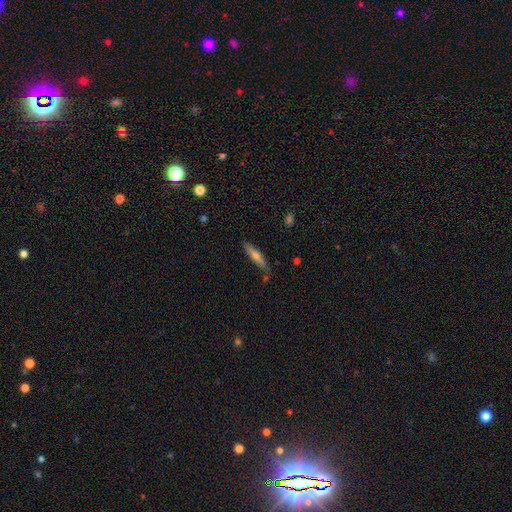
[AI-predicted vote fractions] Smooth or featured? Predicted: smooth (p=0.56). How rounded? Predicted: cigar-shaped (p=0.82). Merging? Predicted: none (p=0.75).